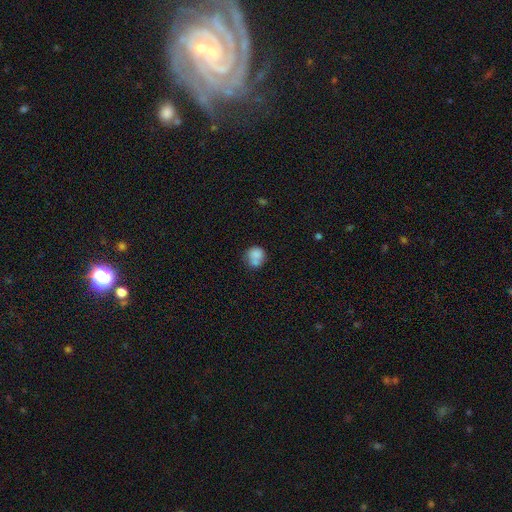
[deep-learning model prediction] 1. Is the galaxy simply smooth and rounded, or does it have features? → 79% smooth, 12% featured or disk, 9% star or artifact.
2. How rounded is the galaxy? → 81% round, 18% in between, 1% cigar-shaped.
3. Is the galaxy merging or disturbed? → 45% none, 34% merger, 15% minor disturbance, 6% major disturbance.